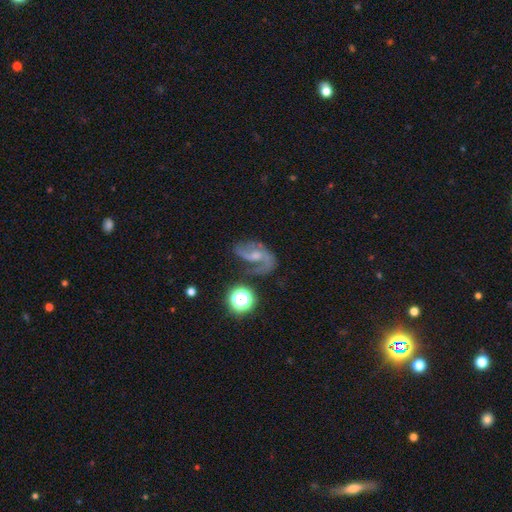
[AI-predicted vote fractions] This is likely a featured or disk galaxy (79%). It is clearly not viewed edge-on (97%). Bar: marginally no (45%). Spiral arm pattern: clearly yes (94%). Spiral arm count: likely 2 (79%). Spiral winding: marginally medium (45%). Central bulge: possibly small (48%). Merging: possibly none (54%).